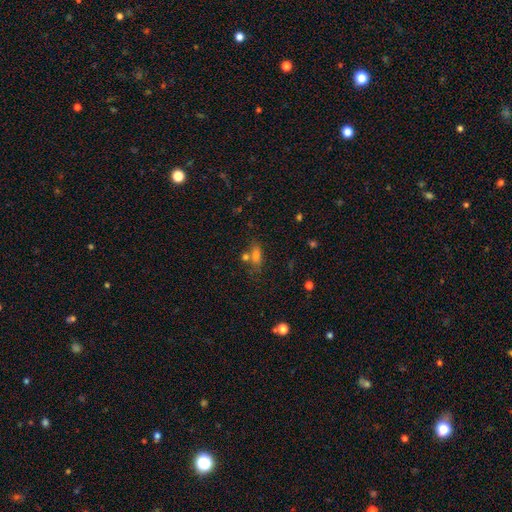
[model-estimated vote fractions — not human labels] The model was most divided on "merging": none: 55%, merger: 24%, minor disturbance: 14%, major disturbance: 6%. More confident: how rounded — in between (68%); smooth or featured — smooth (66%).